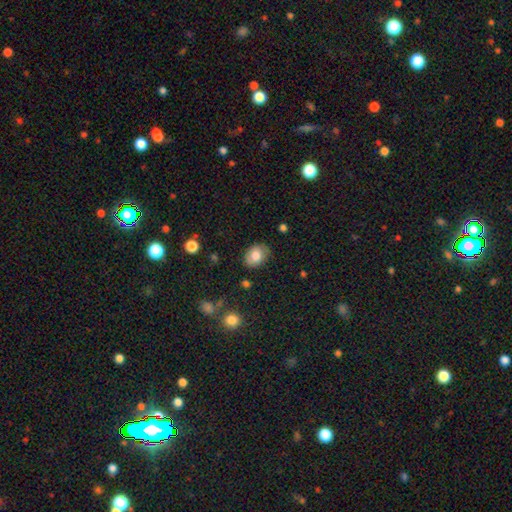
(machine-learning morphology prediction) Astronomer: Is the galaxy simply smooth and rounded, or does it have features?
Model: smooth — 78%.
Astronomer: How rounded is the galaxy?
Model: in between — 73%.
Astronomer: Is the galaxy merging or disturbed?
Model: none — 83%.